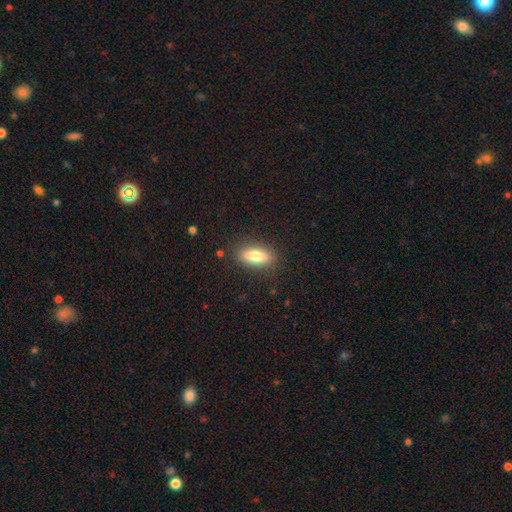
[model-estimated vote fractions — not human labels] Smooth or featured? smooth (75%)
How rounded? in between (70%)
Merging? none (86%)